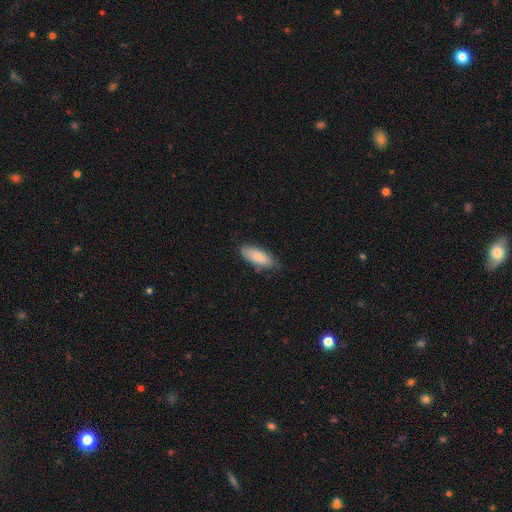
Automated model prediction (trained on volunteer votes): smooth 82%, featured or disk 12%, star or artifact 6%. Down the decision tree: how rounded — in between (77%); merging — none (72%).